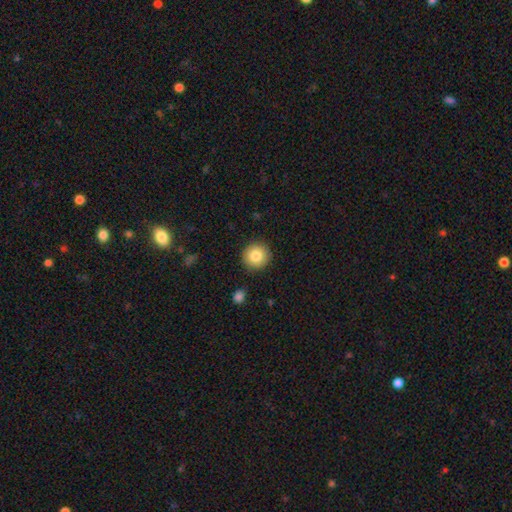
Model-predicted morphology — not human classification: Q: Smooth or featured?
A: smooth (84%); runner-up: star or artifact (8%)
Q: How rounded?
A: round (94%); runner-up: in between (5%)
Q: Merging?
A: none (89%); runner-up: minor disturbance (7%)